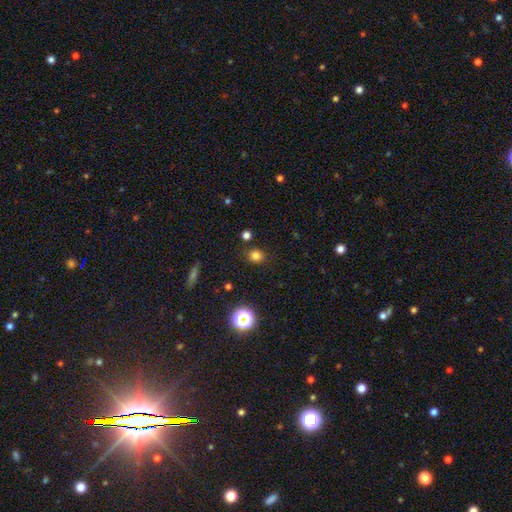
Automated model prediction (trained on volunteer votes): Smooth or featured? Predicted: smooth (p=0.79). How rounded? Predicted: round (p=0.78). Merging? Predicted: none (p=0.86).